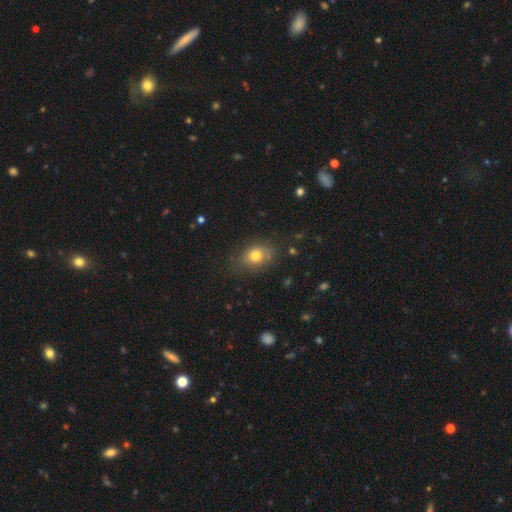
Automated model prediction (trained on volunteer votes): smooth_or_featured: smooth (p=0.77) [alt: featured or disk p=0.12]
how_rounded: in between (p=0.61) [alt: round p=0.38]
merging: none (p=0.73) [alt: minor disturbance p=0.19]